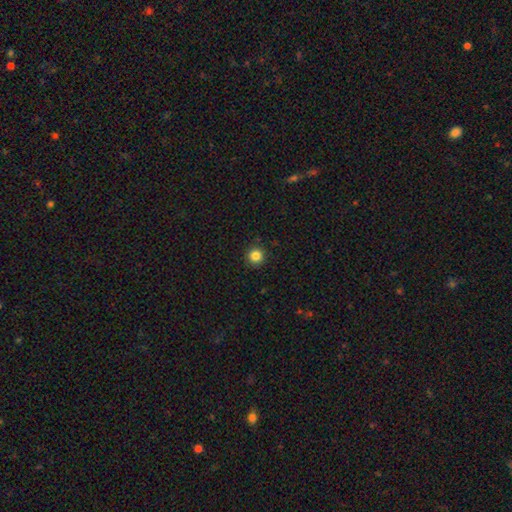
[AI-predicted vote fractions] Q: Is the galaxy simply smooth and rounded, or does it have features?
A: smooth — 84%.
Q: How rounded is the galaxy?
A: round — 95%.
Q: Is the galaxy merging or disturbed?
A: none — 92%.